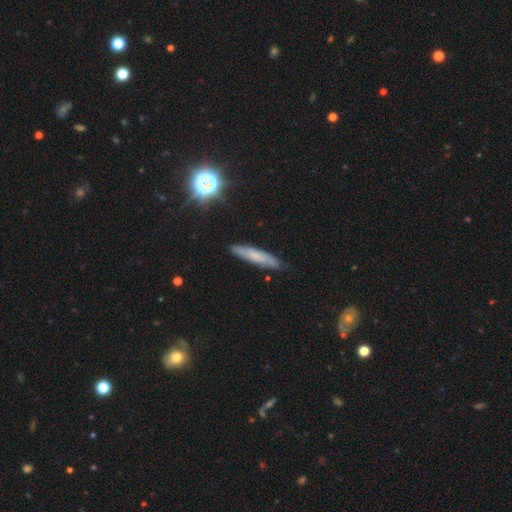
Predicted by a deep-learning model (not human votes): Q: Smooth or featured?
A: smooth (58%); runner-up: featured or disk (32%)
Q: How rounded?
A: cigar-shaped (86%); runner-up: in between (12%)
Q: Merging?
A: none (84%); runner-up: minor disturbance (13%)